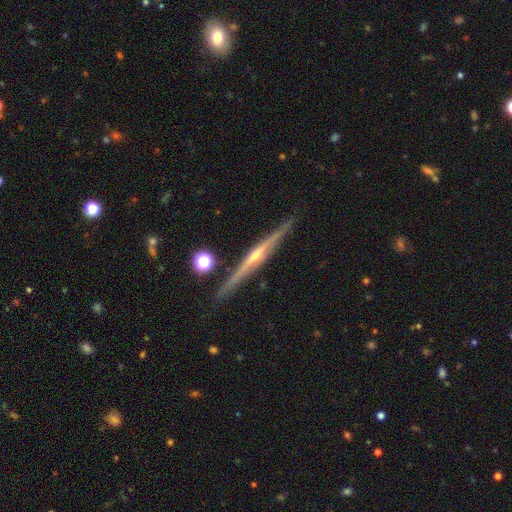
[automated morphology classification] Smooth or featured: featured or disk — 85% (smooth — 10%)
Edge-on disk: yes — 98% (no — 2%)
Edge-on bulge: rounded — 85% (none — 11%)
Merging: none — 90% (minor disturbance — 7%)